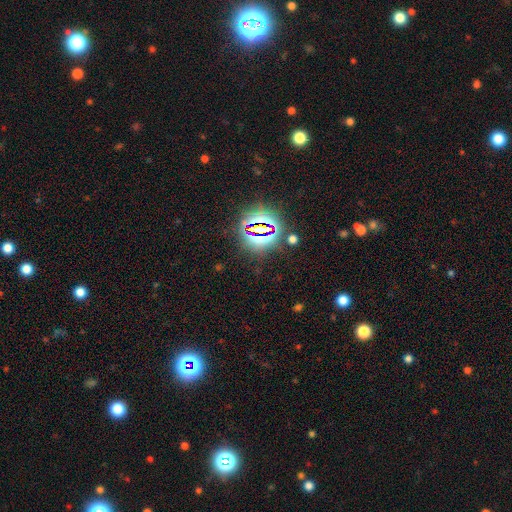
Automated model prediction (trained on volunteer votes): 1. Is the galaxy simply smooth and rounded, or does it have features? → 80% star or artifact, 12% smooth, 8% featured or disk.